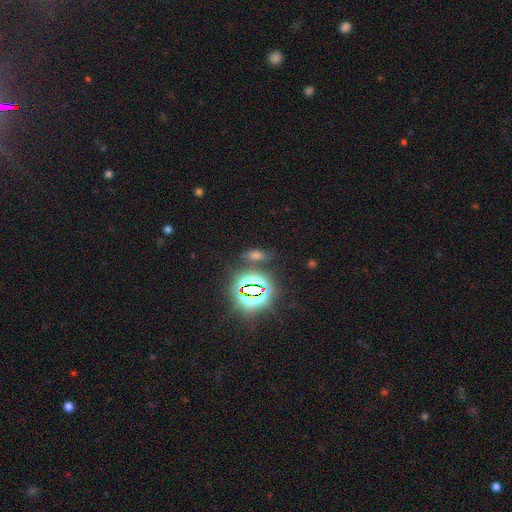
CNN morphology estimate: type=star or artifact (49%).